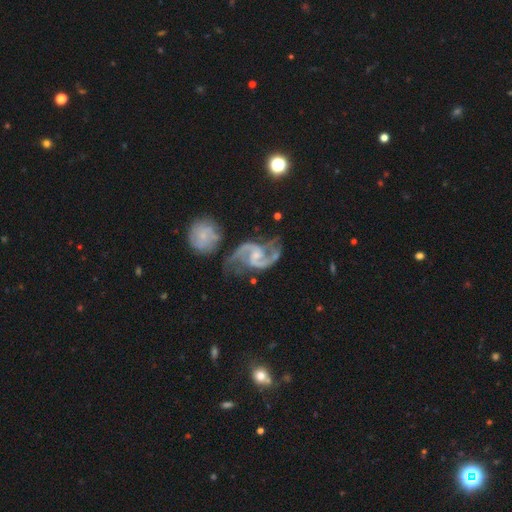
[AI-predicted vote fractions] smooth-or-featured: featured or disk: 93% | star or artifact: 4% | smooth: 3%
  disk-edge-on: no: 98% | yes: 2%
    bar: weak: 48% | no: 39% | strong: 13%
    has-spiral-arms: yes: 98% | no: 2%
      spiral-winding: medium: 50% | loose: 41% | tight: 9%
      spiral-arm-count: 2: 93% | can't tell: 2% | 3: 1% | 1: 1% | 4: 1% | more than 4: 1%
    bulge-size: small: 58% | moderate: 28% | none: 11% | large: 2% | dominant: 1%
  merging: none: 53% | minor disturbance: 20% | major disturbance: 15% | merger: 12%